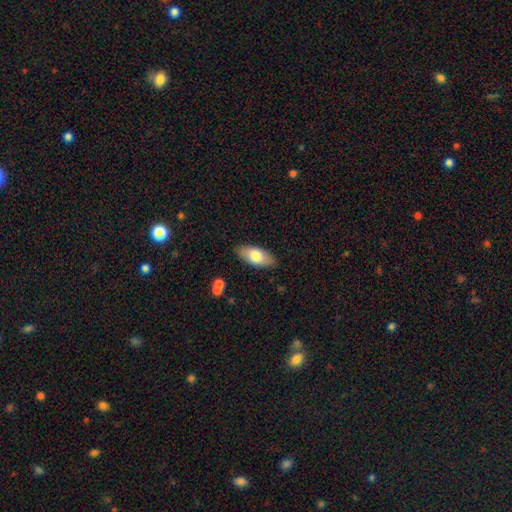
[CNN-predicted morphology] smooth 74%, featured or disk 20%, star or artifact 6%. Down the decision tree: how rounded — in between (87%); merging — none (85%).